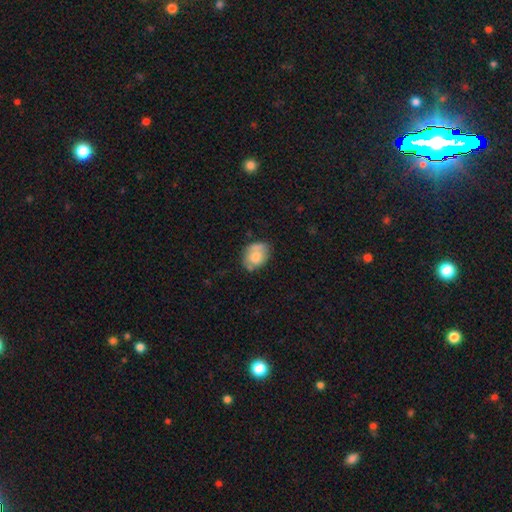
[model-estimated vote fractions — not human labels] smooth 69%, featured or disk 23%, star or artifact 8%. Down the decision tree: how rounded — in between (65%); merging — none (54%).